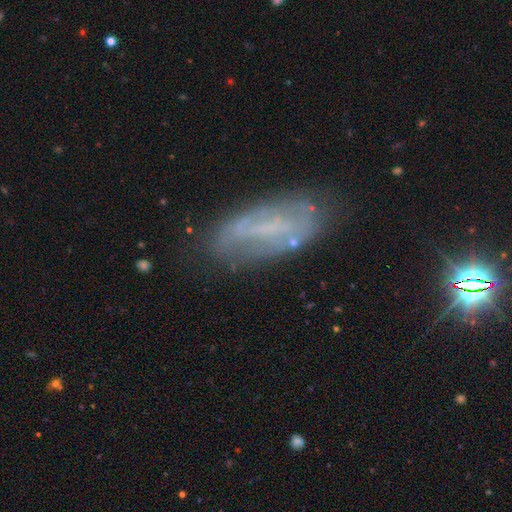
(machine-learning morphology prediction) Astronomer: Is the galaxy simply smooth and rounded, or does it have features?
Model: featured or disk — 57%.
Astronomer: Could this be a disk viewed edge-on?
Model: no — 85%.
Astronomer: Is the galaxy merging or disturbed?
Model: none — 69%.